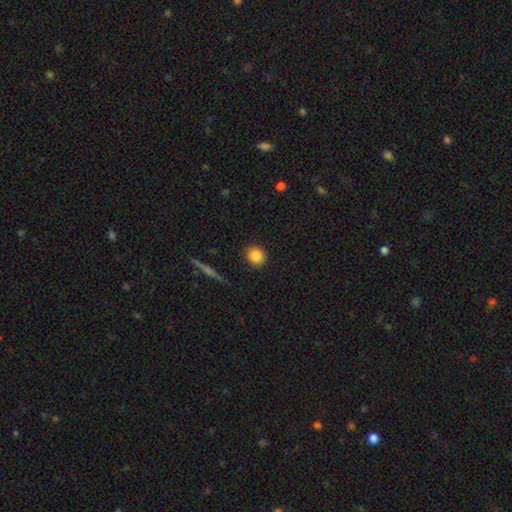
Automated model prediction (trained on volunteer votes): smooth-or-featured: smooth: 85% | star or artifact: 9% | featured or disk: 5%
  how-rounded: round: 85% | in between: 13% | cigar-shaped: 2%
  merging: none: 90% | minor disturbance: 7% | major disturbance: 2% | merger: 1%